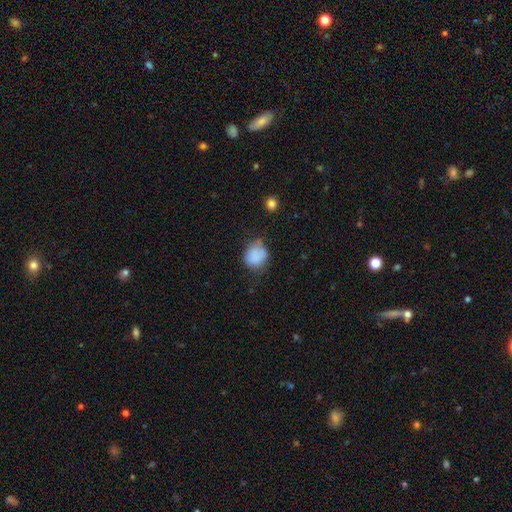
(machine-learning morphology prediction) A smooth galaxy with no disk features (79%) that is round (64%). Merging: none (48%).